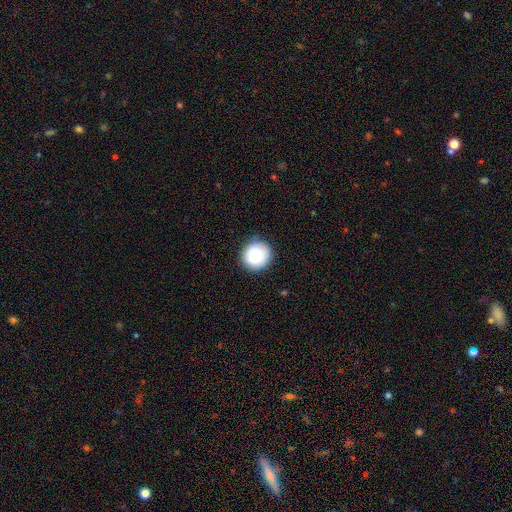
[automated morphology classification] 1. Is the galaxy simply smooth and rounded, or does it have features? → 84% smooth, 8% star or artifact, 7% featured or disk.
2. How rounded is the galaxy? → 92% round, 7% in between, 1% cigar-shaped.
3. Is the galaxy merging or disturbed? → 85% none, 12% minor disturbance, 2% major disturbance, 1% merger.